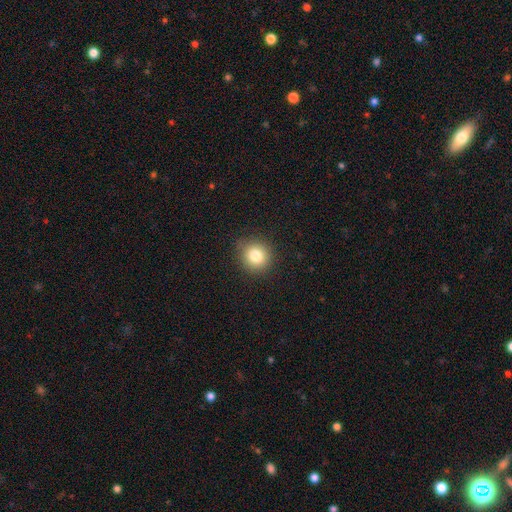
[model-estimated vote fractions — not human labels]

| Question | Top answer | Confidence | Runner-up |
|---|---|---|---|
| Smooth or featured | smooth | 81% | star or artifact (11%) |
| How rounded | round | 88% | in between (11%) |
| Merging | none | 87% | minor disturbance (10%) |